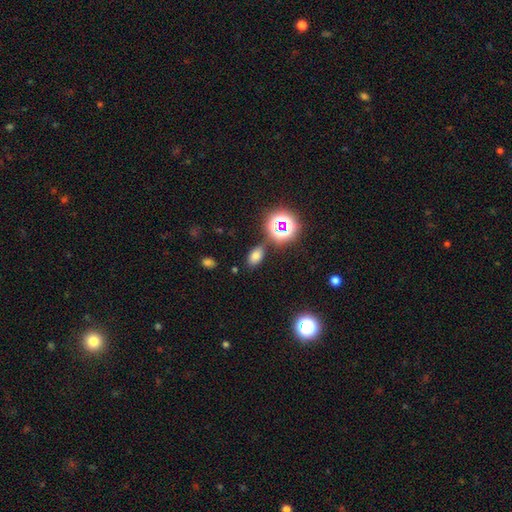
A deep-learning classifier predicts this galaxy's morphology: Overall: smooth (70%). How rounded: in between (87%). Merging: none (80%).